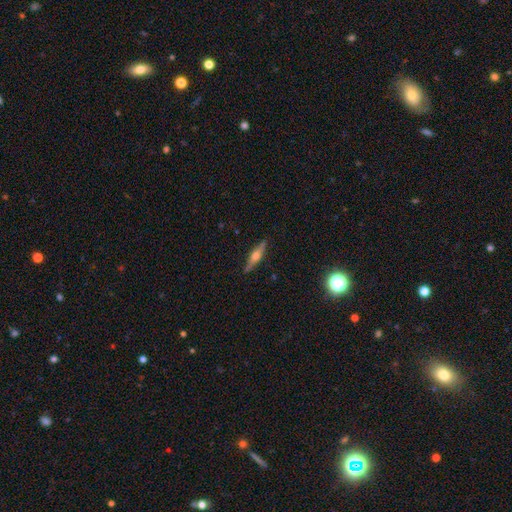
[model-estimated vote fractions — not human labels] Overall: featured or disk (64%; smooth 29%). Edge-on disk: yes (96%). Edge-on bulge: rounded (88%). Merging: none (88%).